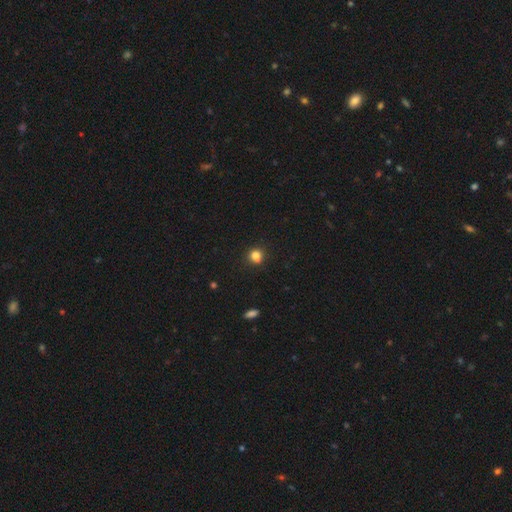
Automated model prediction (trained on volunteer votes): Q: Smooth or featured?
A: smooth (82%); runner-up: star or artifact (13%)
Q: How rounded?
A: round (84%); runner-up: in between (15%)
Q: Merging?
A: none (81%); runner-up: minor disturbance (11%)